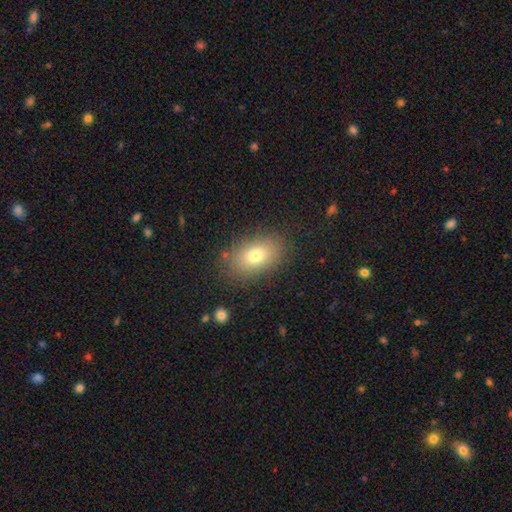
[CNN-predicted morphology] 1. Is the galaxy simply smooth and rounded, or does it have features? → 75% smooth, 14% featured or disk, 10% star or artifact.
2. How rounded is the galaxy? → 86% in between, 12% round, 2% cigar-shaped.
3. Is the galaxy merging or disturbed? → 84% none, 11% minor disturbance, 4% major disturbance, 2% merger.